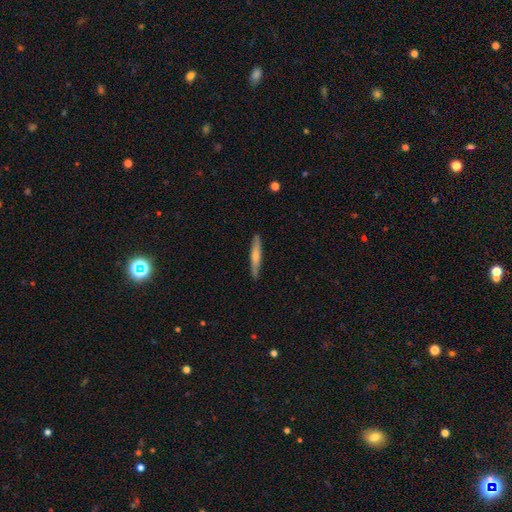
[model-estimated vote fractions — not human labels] Smooth or featured?
  - smooth: 59% *
  - featured or disk: 36%
  - star or artifact: 5%
How rounded?
  - cigar-shaped: 93% *
  - in between: 5%
  - round: 1%
Merging?
  - none: 89% *
  - minor disturbance: 9%
  - major disturbance: 2%
  - merger: 1%